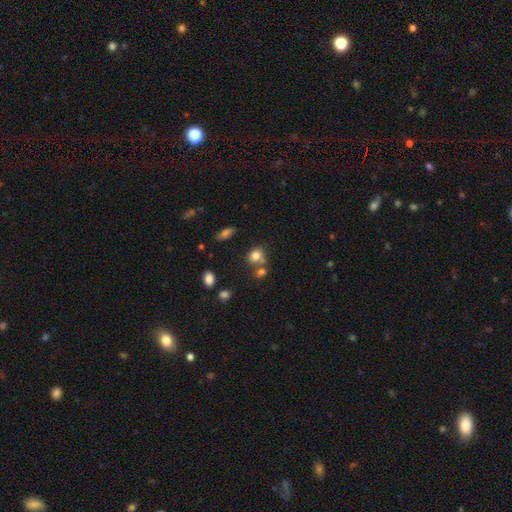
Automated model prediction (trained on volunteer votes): Smooth or featured? Predicted: smooth (p=0.77). How rounded? Predicted: round (p=0.58). Merging? Predicted: none (p=0.48).